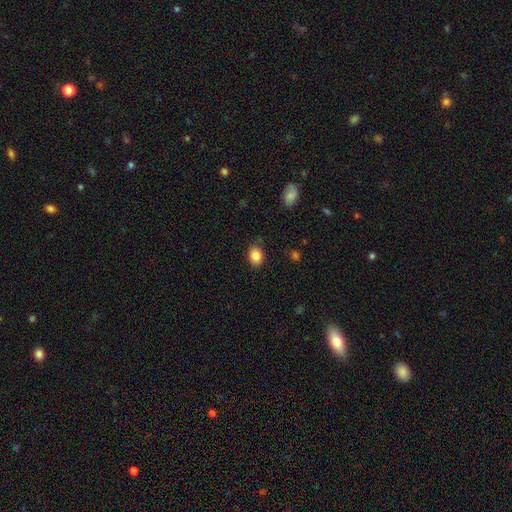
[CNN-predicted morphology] smooth-or-featured: smooth: 86% | star or artifact: 9% | featured or disk: 6%
  how-rounded: in between: 67% | round: 32% | cigar-shaped: 1%
  merging: none: 81% | minor disturbance: 14% | major disturbance: 3% | merger: 1%